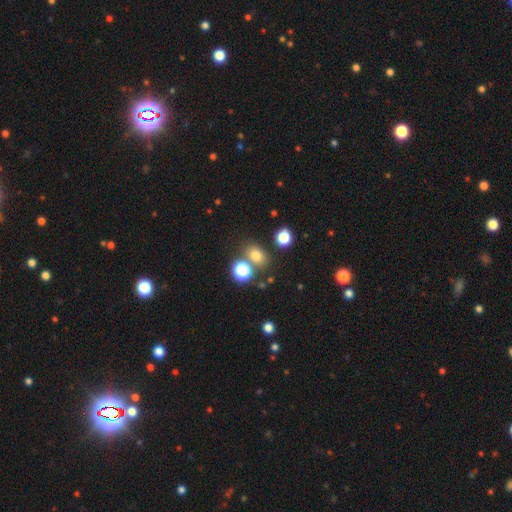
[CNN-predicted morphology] Smooth or featured?
  - smooth: 72% *
  - star or artifact: 20%
  - featured or disk: 8%
How rounded?
  - round: 51% *
  - in between: 48%
  - cigar-shaped: 1%
Merging?
  - none: 72% *
  - merger: 13%
  - minor disturbance: 11%
  - major disturbance: 4%